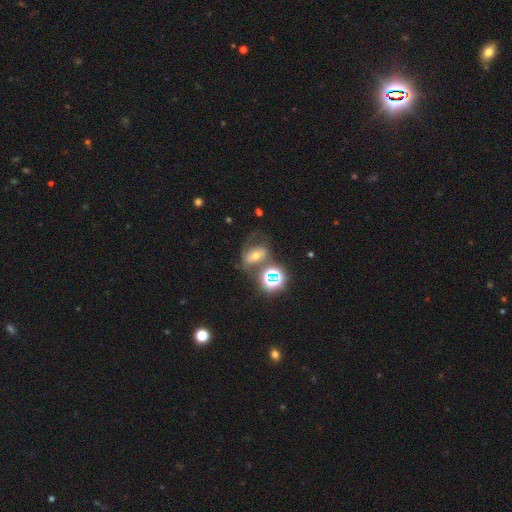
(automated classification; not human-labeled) Smooth or featured? Predicted: featured or disk (p=0.41). Merging? Predicted: none (p=0.44).